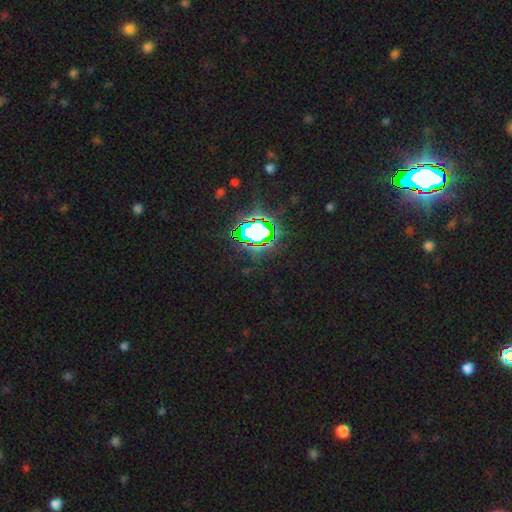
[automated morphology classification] Smooth or featured? star or artifact (83%)